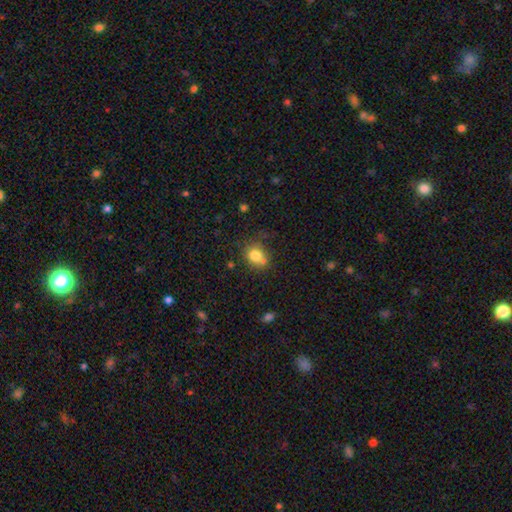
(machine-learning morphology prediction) This appears to be a smooth galaxy with no disk features (79%) that is round (61%). Merging: none (55%).